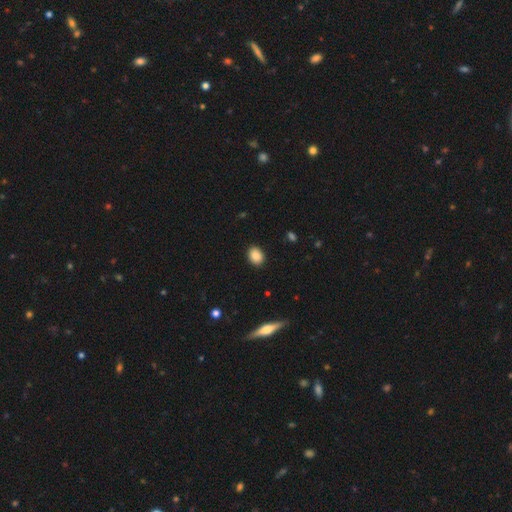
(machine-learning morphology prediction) Overall: smooth (88%). How rounded: in between (58%; round 41%). Merging: none (90%).